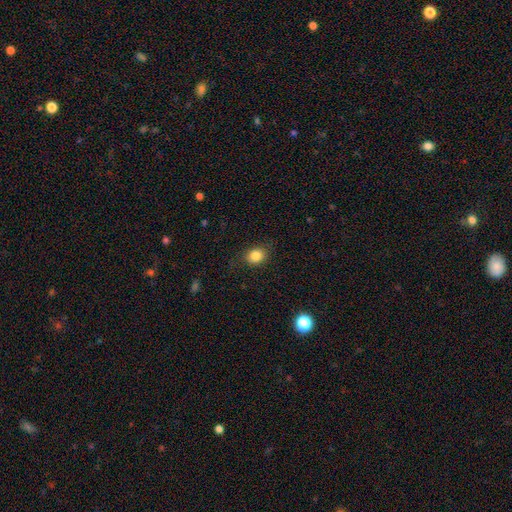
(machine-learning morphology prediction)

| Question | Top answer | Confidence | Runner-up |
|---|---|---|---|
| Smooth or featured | smooth | 83% | star or artifact (10%) |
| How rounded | round | 55% | in between (44%) |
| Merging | none | 82% | minor disturbance (13%) |